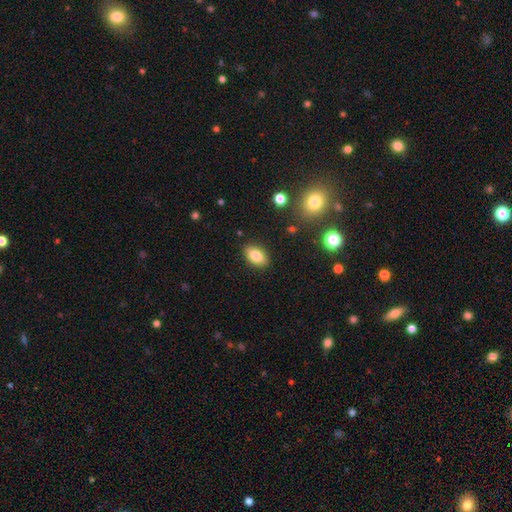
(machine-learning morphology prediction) Overall: smooth (83%). How rounded: in between (89%). Merging: none (87%).